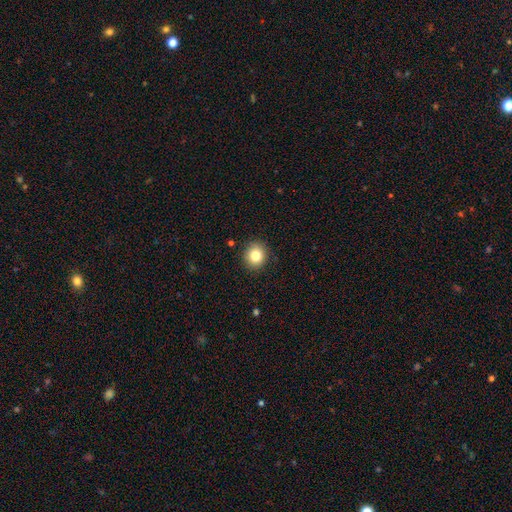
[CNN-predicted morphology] smooth_or_featured: smooth (p=0.82) [alt: star or artifact p=0.10]
how_rounded: round (p=0.82) [alt: in between p=0.17]
merging: none (p=0.90) [alt: minor disturbance p=0.07]